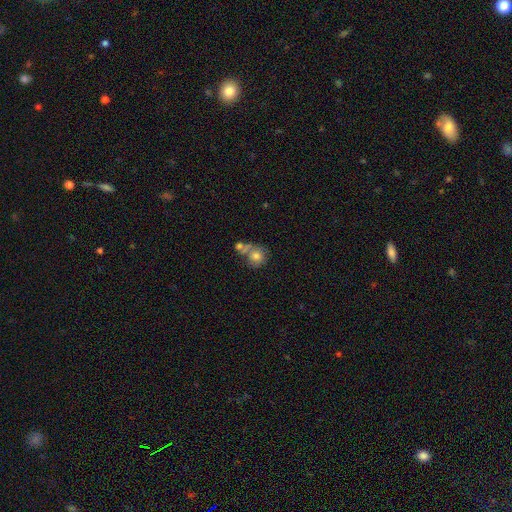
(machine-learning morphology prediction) Smooth or featured: smooth — 71% (featured or disk — 19%)
How rounded: round — 79% (in between — 20%)
Merging: none — 39% (tied with merger — 39%)